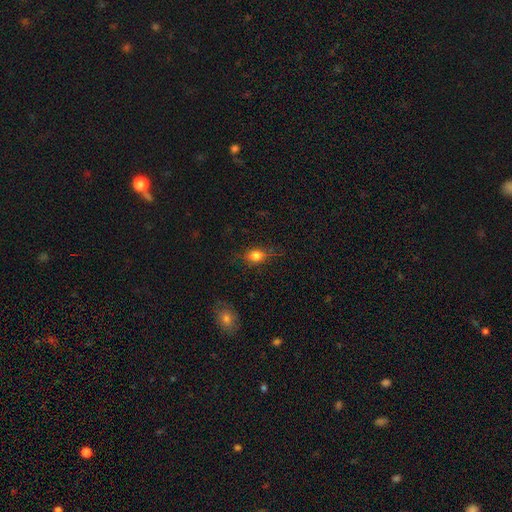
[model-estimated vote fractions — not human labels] Smooth or featured? smooth (77%)
How rounded? in between (67%)
Merging? none (71%)